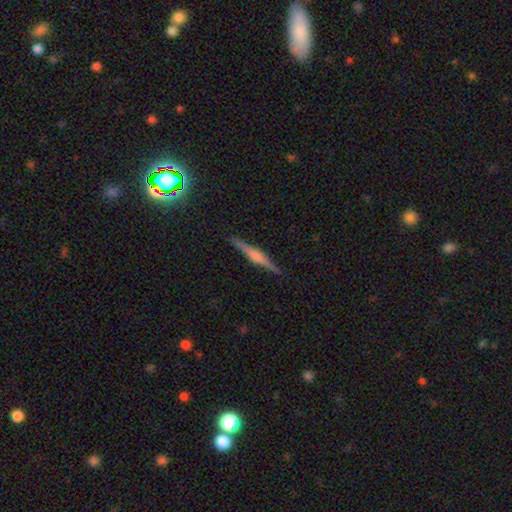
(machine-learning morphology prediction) smooth-or-featured: featured or disk: 77% | smooth: 15% | star or artifact: 9%
  disk-edge-on: yes: 98% | no: 2%
    edge-on-bulge: rounded: 76% | boxy: 17% | none: 7%
  merging: none: 92% | minor disturbance: 6% | major disturbance: 1% | merger: 1%